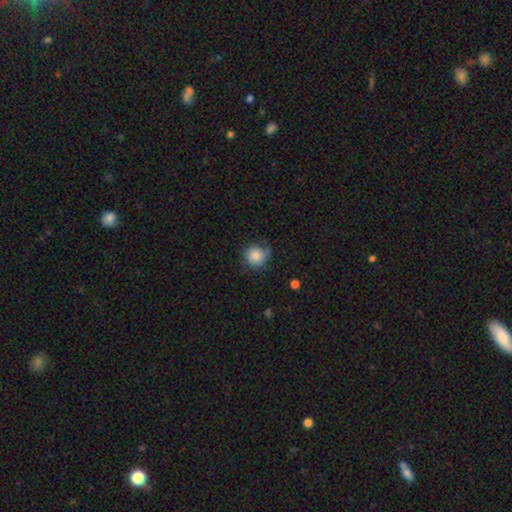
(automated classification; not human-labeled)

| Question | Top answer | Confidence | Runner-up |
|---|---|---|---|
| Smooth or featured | smooth | 83% | star or artifact (9%) |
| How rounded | round | 90% | in between (9%) |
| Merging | none | 65% | minor disturbance (25%) |